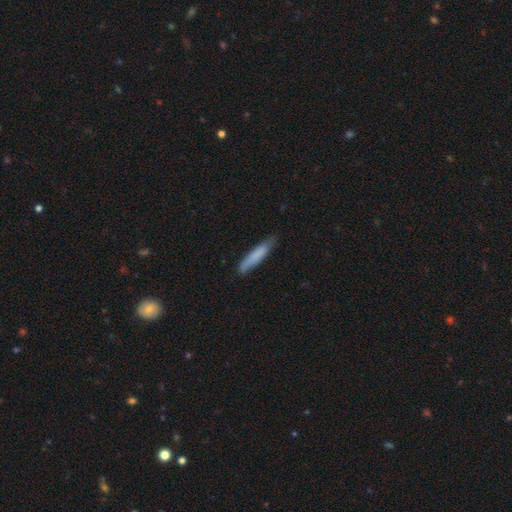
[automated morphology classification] Smooth or featured?
  - smooth: 76% *
  - featured or disk: 18%
  - star or artifact: 6%
How rounded?
  - cigar-shaped: 89% *
  - in between: 10%
  - round: 1%
Merging?
  - none: 76% *
  - minor disturbance: 20%
  - major disturbance: 3%
  - merger: 2%